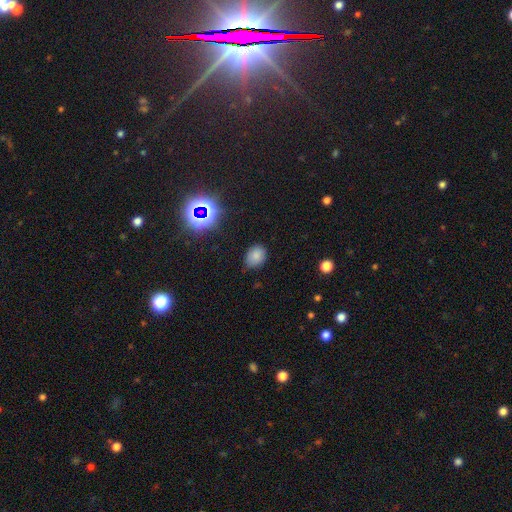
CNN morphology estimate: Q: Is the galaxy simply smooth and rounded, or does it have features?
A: smooth — 78%.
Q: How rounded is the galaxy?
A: in between — 65%.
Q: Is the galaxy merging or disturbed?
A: none — 75%.